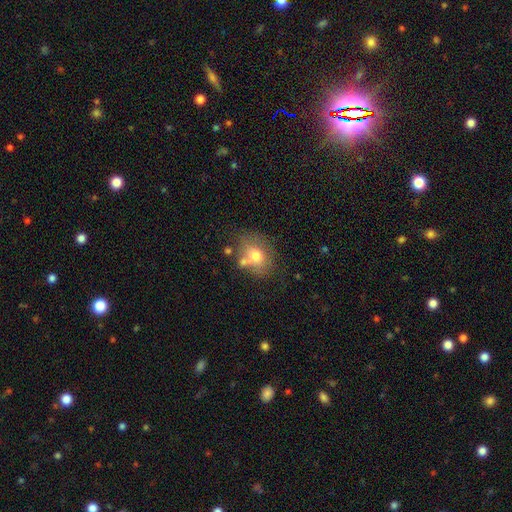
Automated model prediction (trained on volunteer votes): Q: Smooth or featured?
A: smooth (67%); runner-up: featured or disk (22%)
Q: How rounded?
A: in between (54%); runner-up: round (44%)
Q: Merging?
A: none (53%); runner-up: minor disturbance (20%)